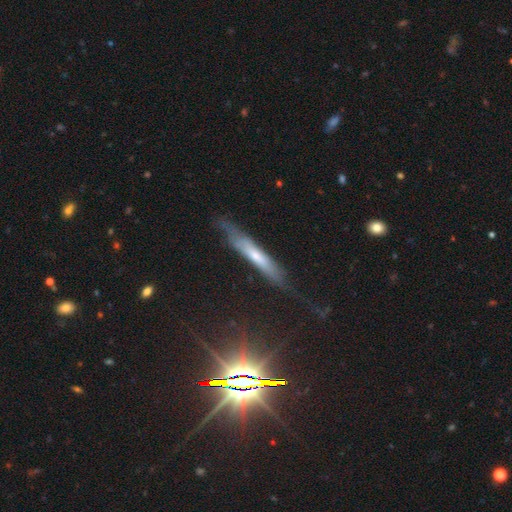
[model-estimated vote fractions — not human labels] A featured or disk galaxy (48%).

Vote fractions:
- Smooth or featured? featured or disk: 48% / smooth: 44% / star or artifact: 8%
- Merging? none: 59% / minor disturbance: 27% / major disturbance: 12% / merger: 2%